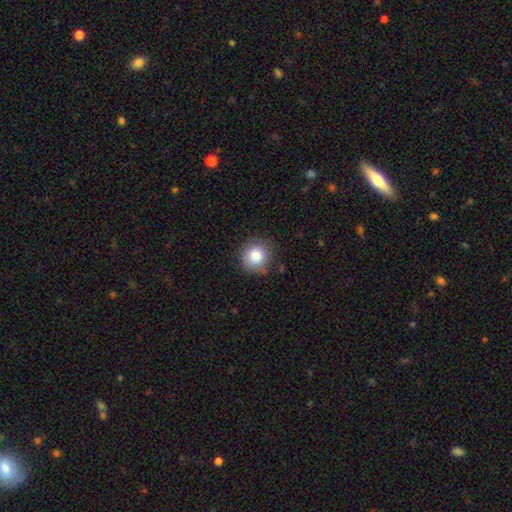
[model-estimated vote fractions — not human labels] Overall: smooth (83%). How rounded: round (92%). Merging: none (85%).